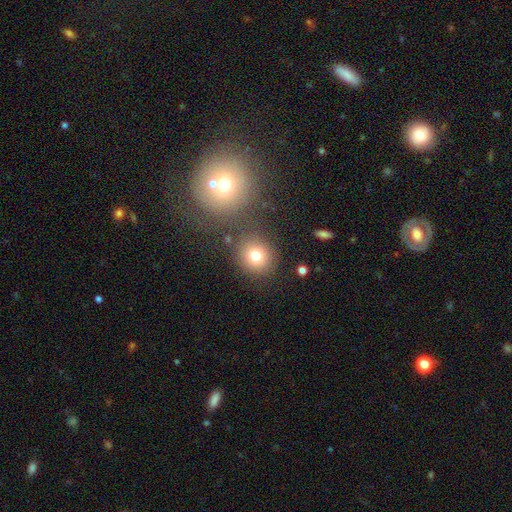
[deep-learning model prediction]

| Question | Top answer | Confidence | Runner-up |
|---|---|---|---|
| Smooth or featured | smooth | 77% | star or artifact (13%) |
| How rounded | round | 83% | in between (16%) |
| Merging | none | 79% | minor disturbance (10%) |